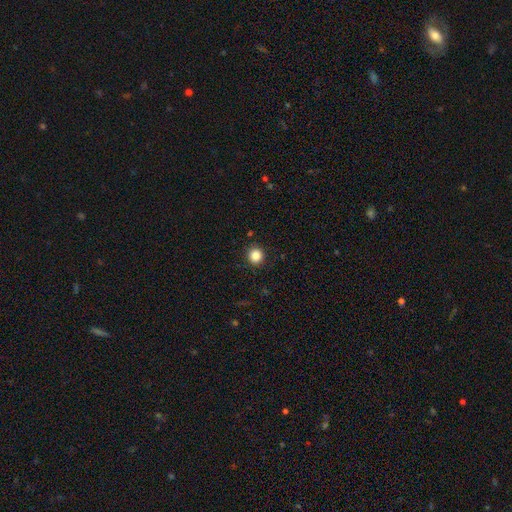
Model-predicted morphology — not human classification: Smooth or featured?
  - smooth: 85% *
  - star or artifact: 11%
  - featured or disk: 4%
How rounded?
  - round: 90% *
  - in between: 9%
  - cigar-shaped: 1%
Merging?
  - none: 91% *
  - minor disturbance: 6%
  - major disturbance: 2%
  - merger: 1%